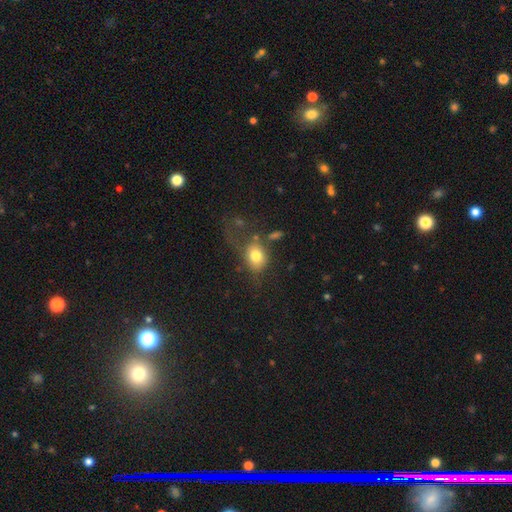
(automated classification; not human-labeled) Overall: smooth (76%). How rounded: in between (54%; round 44%). Merging: none (40%; major disturbance 30%).